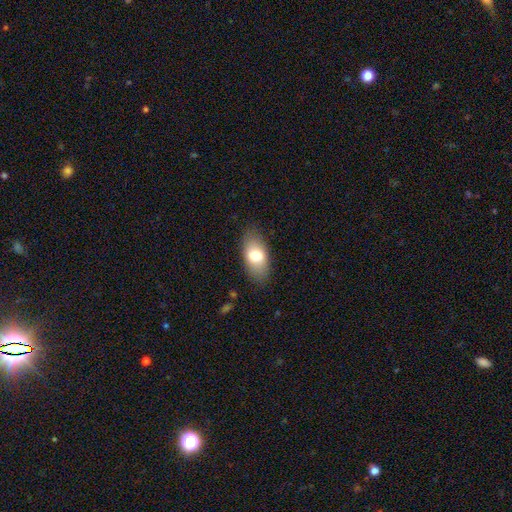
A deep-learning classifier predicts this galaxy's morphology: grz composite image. It shows a smooth galaxy with no disk features (75%) that is in between round and cigar-shaped (90%). Merging: none (83%).